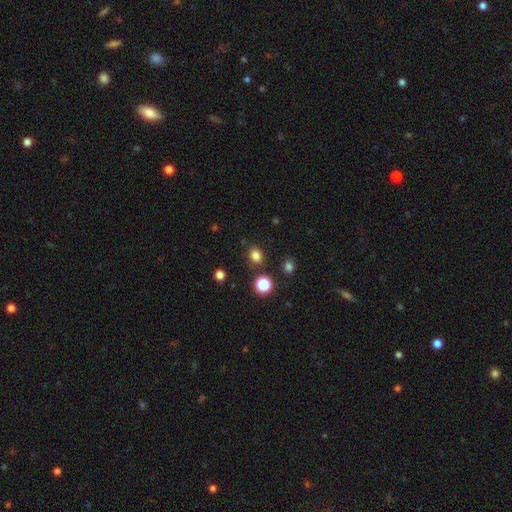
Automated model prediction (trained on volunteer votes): This appears to be a smooth galaxy with no disk features (81%) that is round (69%). Merging: none (85%).